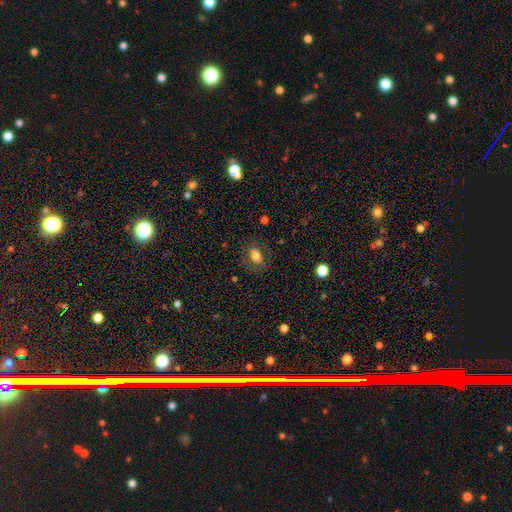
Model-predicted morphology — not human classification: Smooth or featured? smooth (75%)
How rounded? in between (84%)
Merging? none (78%)